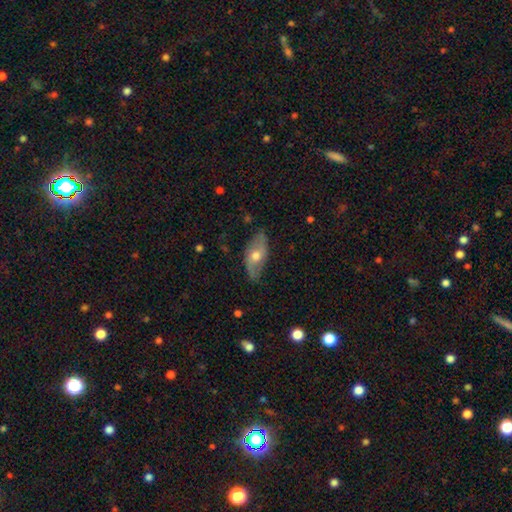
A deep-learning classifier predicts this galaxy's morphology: This appears to be a featured or disk galaxy (52%). Merging: none (74%).